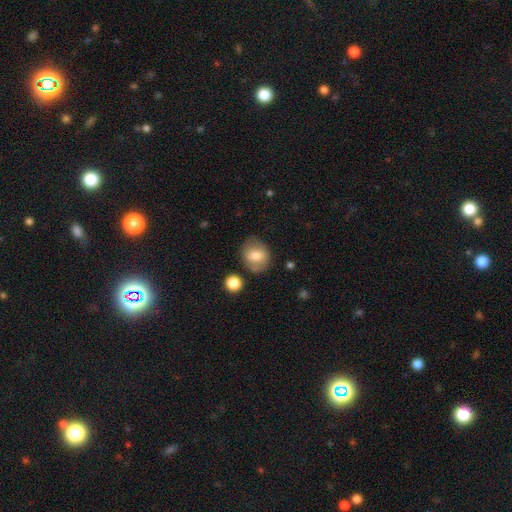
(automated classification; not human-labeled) Overall: smooth (69%). How rounded: round (57%; in between 41%). Merging: none (71%).